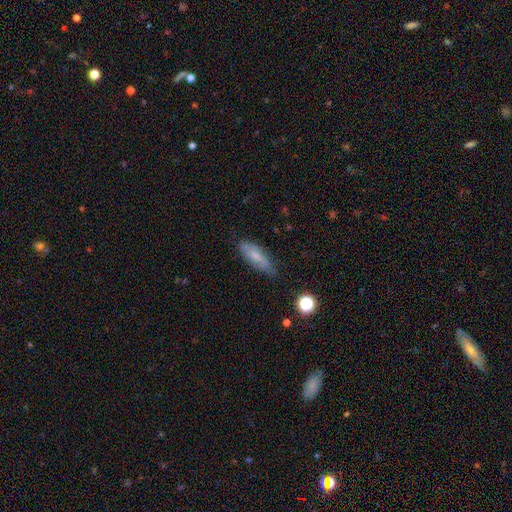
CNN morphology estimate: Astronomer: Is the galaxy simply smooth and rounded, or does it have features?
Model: smooth — 65%.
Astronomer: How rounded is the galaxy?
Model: in between — 56% (runner-up: cigar-shaped, 41%).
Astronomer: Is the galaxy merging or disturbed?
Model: none — 74%.